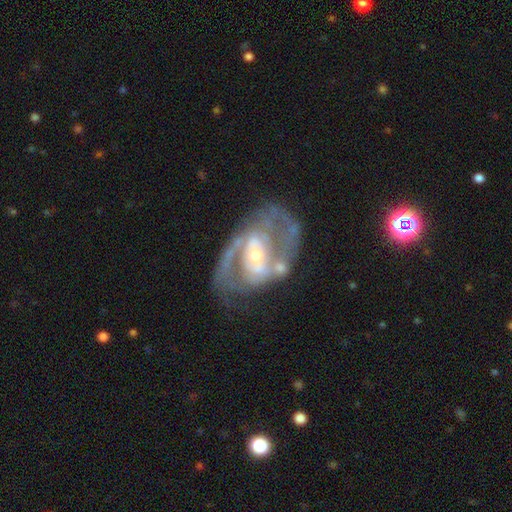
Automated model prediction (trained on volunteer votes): This appears to be a featured or disk galaxy (86%) with a weak bar (37%), 2 (71%) medium (48%) spiral arms (85%) and a small central bulge (49%). Merging: none (53%).